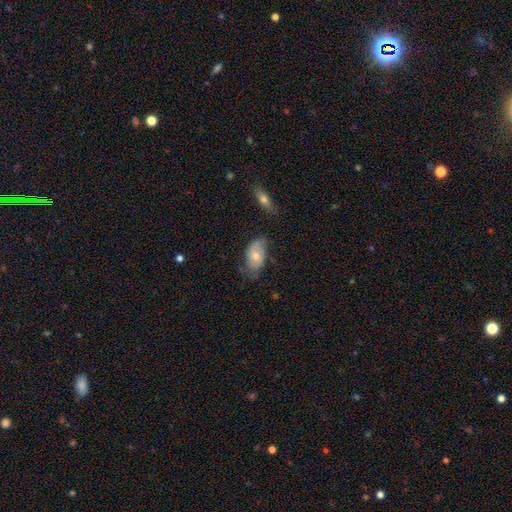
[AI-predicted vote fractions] Overall: smooth (59%; featured or disk 34%). How rounded: in between (90%). Merging: none (52%; minor disturbance 33%).